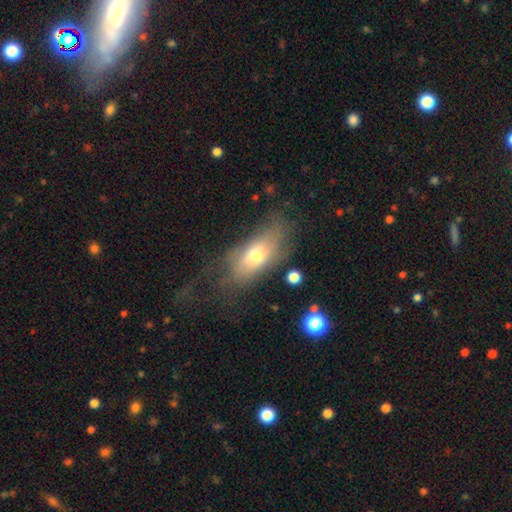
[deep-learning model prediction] Q: Smooth or featured?
A: smooth (62%); runner-up: featured or disk (28%)
Q: How rounded?
A: in between (83%); runner-up: cigar-shaped (11%)
Q: Merging?
A: none (45%); runner-up: major disturbance (27%)